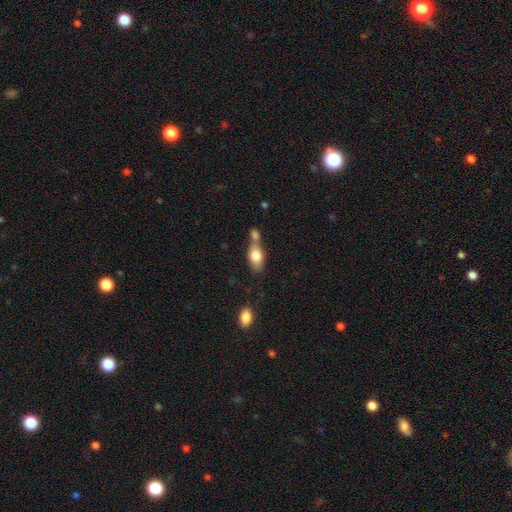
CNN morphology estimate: smooth-or-featured: smooth: 76% | featured or disk: 17% | star or artifact: 7%
  how-rounded: in between: 83% | cigar-shaped: 9% | round: 8%
  merging: merger: 50% | none: 32% | minor disturbance: 13% | major disturbance: 6%